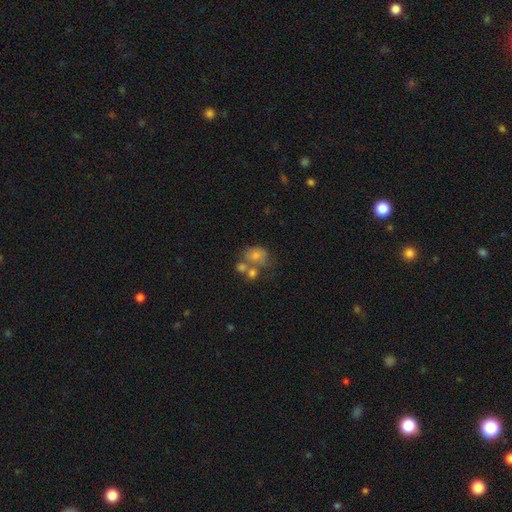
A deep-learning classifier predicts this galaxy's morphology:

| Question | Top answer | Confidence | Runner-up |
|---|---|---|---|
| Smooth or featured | smooth | 60% | featured or disk (23%) |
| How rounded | round | 50% | in between (49%) |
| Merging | none | 39% | merger (36%) |